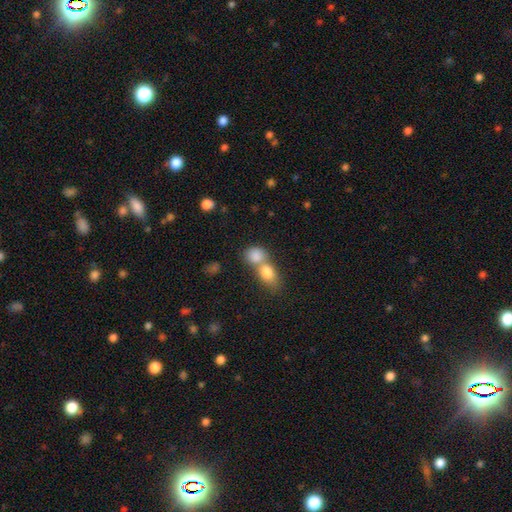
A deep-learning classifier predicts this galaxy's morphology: Smooth or featured? Predicted: smooth (p=0.82). How rounded? Predicted: in between (p=0.53). Merging? Predicted: merger (p=0.63).